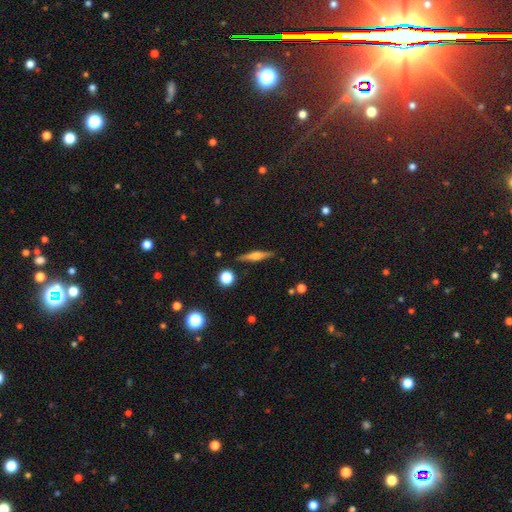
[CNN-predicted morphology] Smooth or featured: featured or disk — 61% (smooth — 31%)
Edge-on disk: yes — 97% (no — 3%)
Edge-on bulge: rounded — 81% (boxy — 12%)
Merging: none — 89% (minor disturbance — 8%)